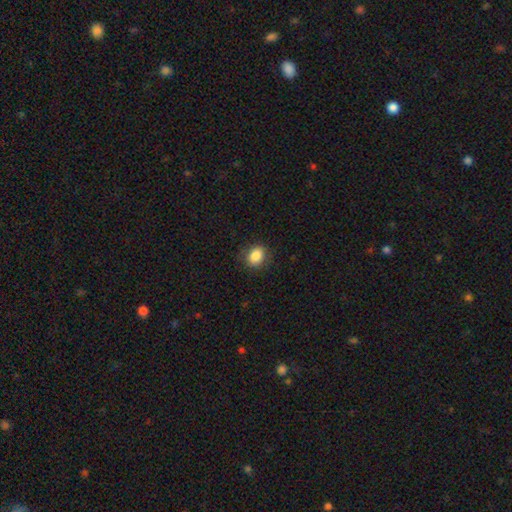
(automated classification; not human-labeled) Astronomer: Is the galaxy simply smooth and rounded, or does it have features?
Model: smooth — 86%.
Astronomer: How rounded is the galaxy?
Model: in between — 51% (runner-up: round, 48%).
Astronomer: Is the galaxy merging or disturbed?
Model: none — 85%.